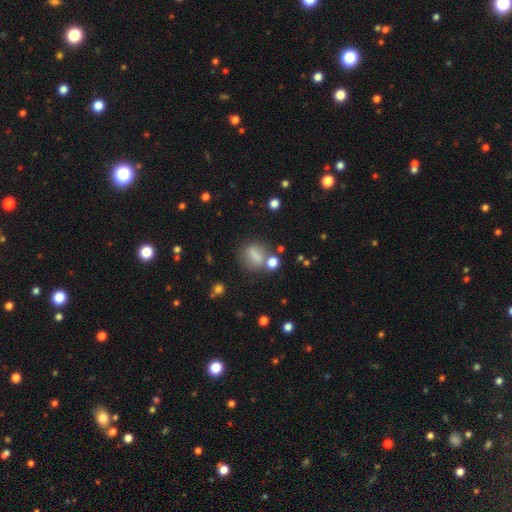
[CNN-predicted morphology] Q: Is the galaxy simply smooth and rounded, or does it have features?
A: smooth — 70%.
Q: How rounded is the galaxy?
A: in between — 48%.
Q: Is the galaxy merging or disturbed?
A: none — 55%.